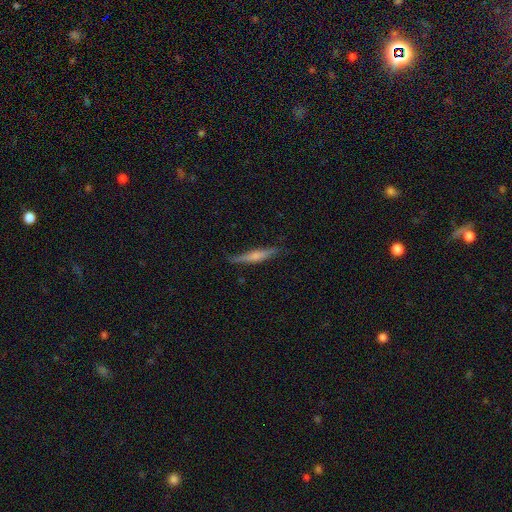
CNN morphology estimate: Overall: featured or disk (49%; smooth 45%). Merging: none (76%).